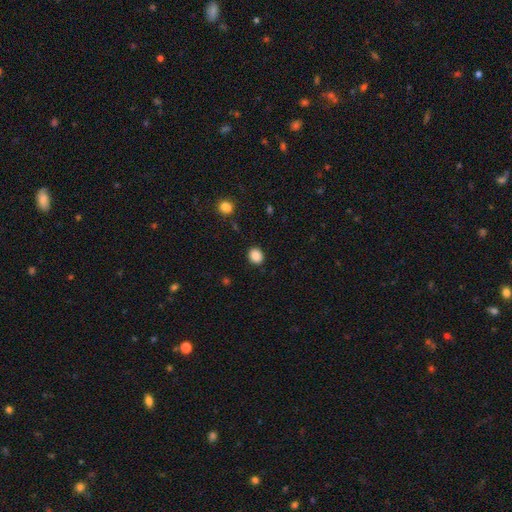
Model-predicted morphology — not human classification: smooth-or-featured: smooth: 88% | star or artifact: 9% | featured or disk: 3%
  how-rounded: round: 65% | in between: 34% | cigar-shaped: 1%
  merging: none: 89% | minor disturbance: 8% | major disturbance: 3% | merger: 1%